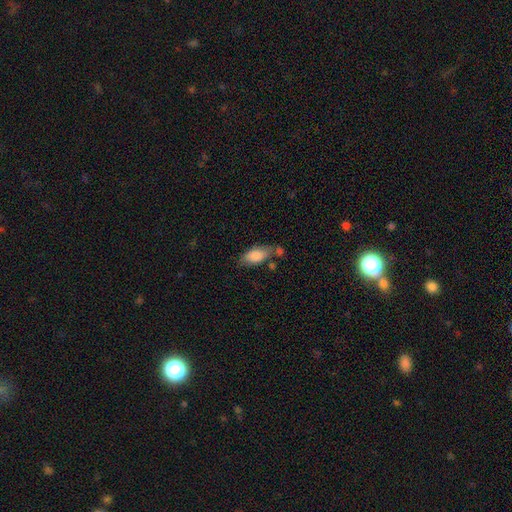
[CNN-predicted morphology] This is clearly a smooth galaxy (83%). How rounded: clearly in between (88%). Merging: possibly none (54%).